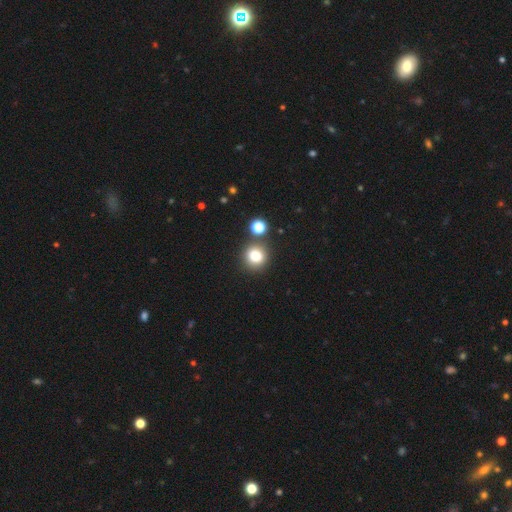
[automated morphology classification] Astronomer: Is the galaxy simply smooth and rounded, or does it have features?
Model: smooth — 79%.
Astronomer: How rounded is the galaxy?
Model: round — 88%.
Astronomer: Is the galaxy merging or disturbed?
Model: none — 80%.